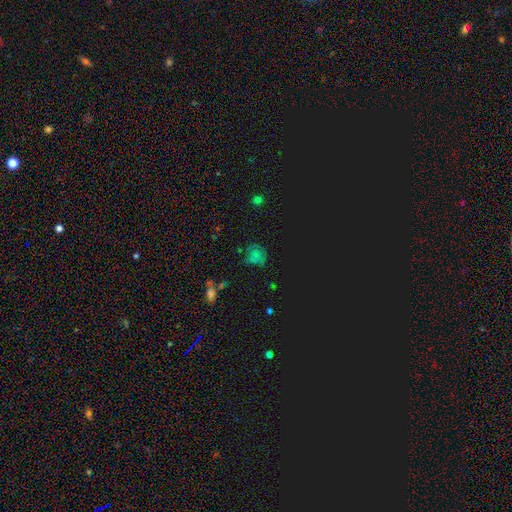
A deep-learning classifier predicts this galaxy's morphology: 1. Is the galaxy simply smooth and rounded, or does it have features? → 44% star or artifact, 40% smooth, 16% featured or disk.